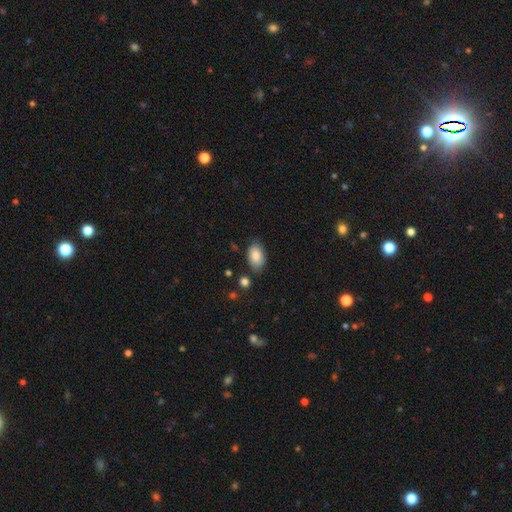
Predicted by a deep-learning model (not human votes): Overall: smooth (84%). How rounded: in between (91%). Merging: none (77%).